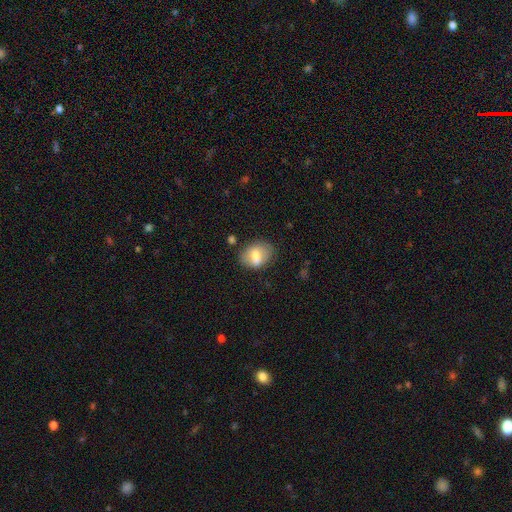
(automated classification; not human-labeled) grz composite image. It shows a smooth galaxy with no disk features (63%) that is in between round and cigar-shaped (70%). Merging: none (66%).